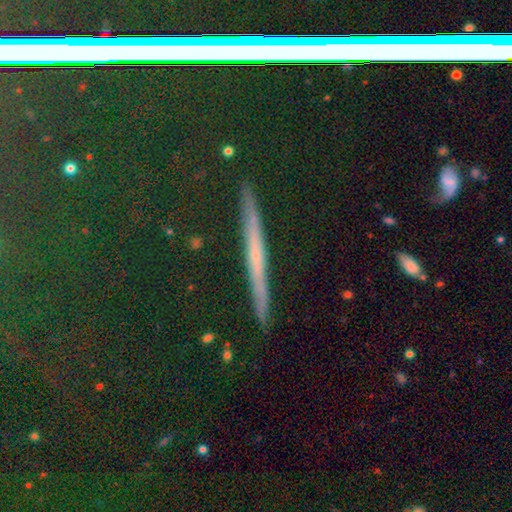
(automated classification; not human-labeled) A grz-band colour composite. It shows a featured or disk galaxy (46%). Merging: none (89%).